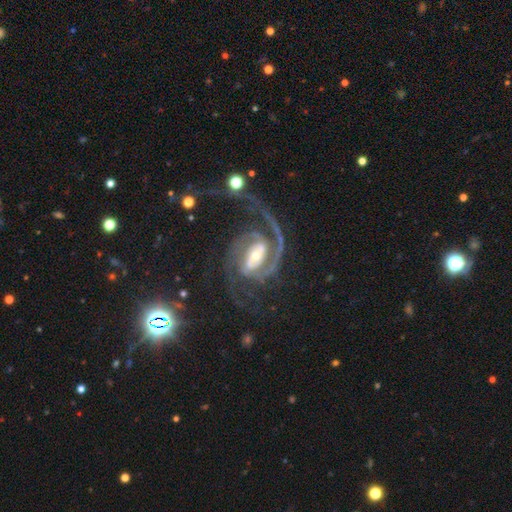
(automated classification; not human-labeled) smooth-or-featured: featured or disk: 92% | star or artifact: 4% | smooth: 3%
  disk-edge-on: no: 98% | yes: 2%
    bar: strong: 42% | weak: 36% | no: 22%
    has-spiral-arms: yes: 98% | no: 2%
      spiral-winding: medium: 48% | tight: 37% | loose: 15%
      spiral-arm-count: 2: 62% | 3: 15% | can't tell: 7% | 1: 6% | 4: 5% | more than 4: 4%
    bulge-size: small: 46% | moderate: 44% | large: 7% | none: 2% | dominant: 1%
  merging: none: 53% | major disturbance: 27% | minor disturbance: 16% | merger: 4%